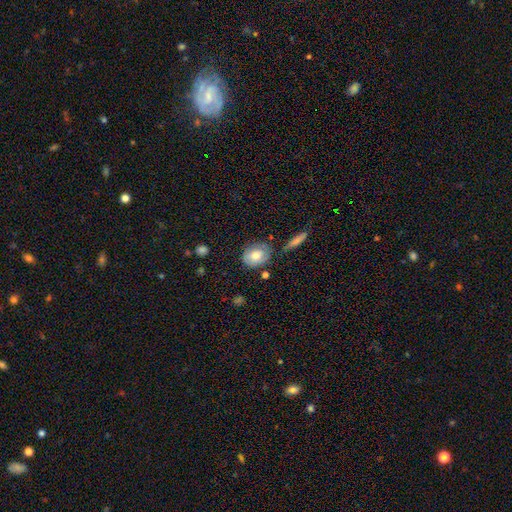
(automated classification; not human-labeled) Smooth or featured?
  - smooth: 70% *
  - featured or disk: 23%
  - star or artifact: 7%
How rounded?
  - in between: 61% *
  - round: 37%
  - cigar-shaped: 2%
Merging?
  - none: 66% *
  - minor disturbance: 22%
  - merger: 6%
  - major disturbance: 6%